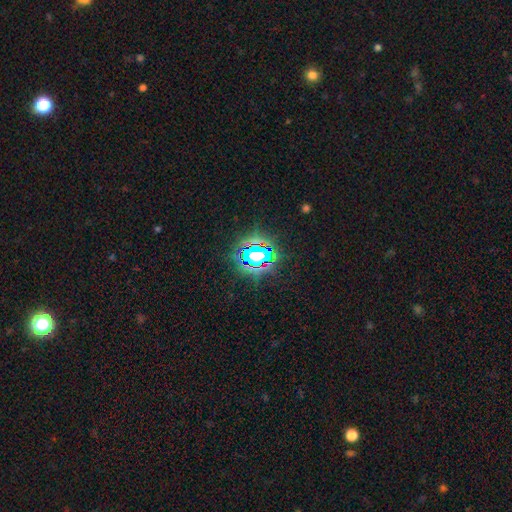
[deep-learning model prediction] Q: Smooth or featured?
A: star or artifact (72%); runner-up: smooth (17%)